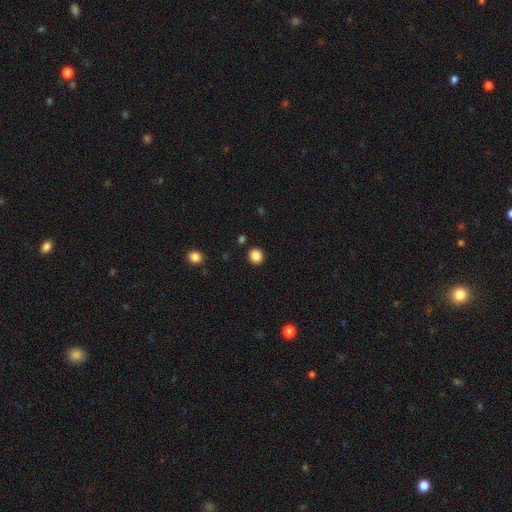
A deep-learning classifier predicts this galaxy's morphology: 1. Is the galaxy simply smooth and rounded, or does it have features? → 86% smooth, 11% star or artifact, 3% featured or disk.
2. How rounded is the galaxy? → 90% round, 9% in between, 1% cigar-shaped.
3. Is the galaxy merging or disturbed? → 90% none, 5% minor disturbance, 2% merger, 2% major disturbance.